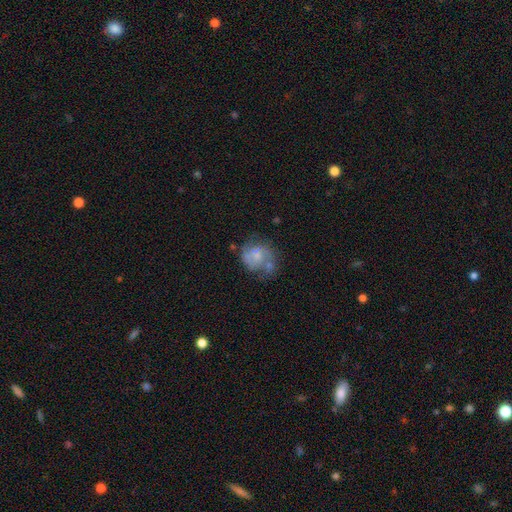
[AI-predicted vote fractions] Smooth or featured: featured or disk — 47% (smooth — 45%)
Merging: none — 38% (minor disturbance — 24%)